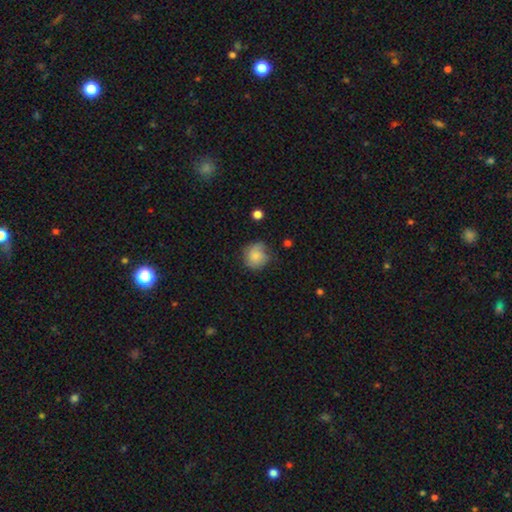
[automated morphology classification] type=smooth (75%); roundness=round (83%); merging=none (60%).